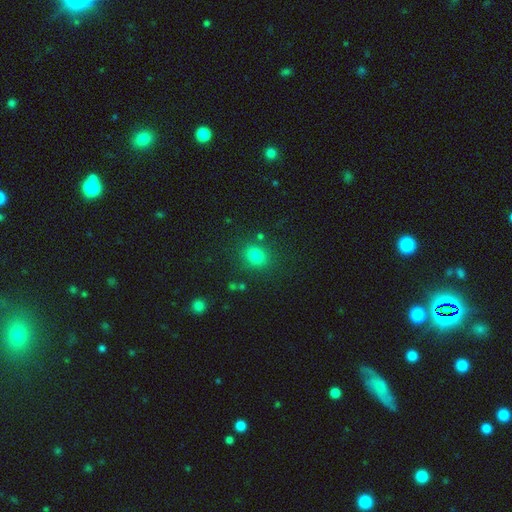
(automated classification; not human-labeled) Smooth or featured?
  - smooth: 78% *
  - star or artifact: 15%
  - featured or disk: 7%
How rounded?
  - round: 70% *
  - in between: 29%
  - cigar-shaped: 1%
Merging?
  - none: 81% *
  - minor disturbance: 10%
  - merger: 5%
  - major disturbance: 4%